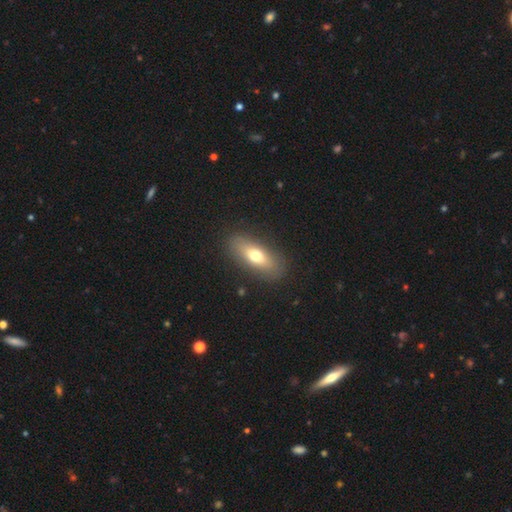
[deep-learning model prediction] smooth 67%, featured or disk 26%, star or artifact 7%. Down the decision tree: how rounded — in between (71%); merging — none (87%).